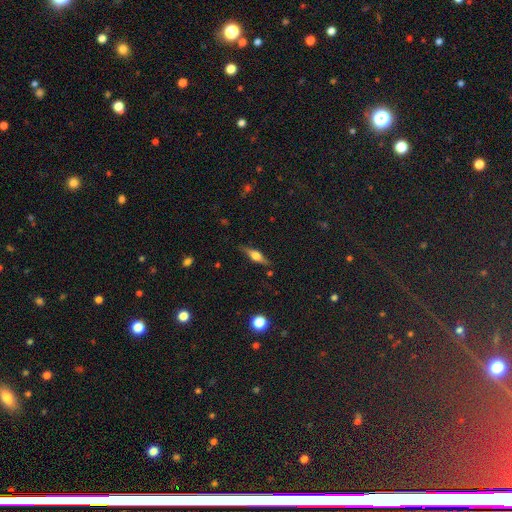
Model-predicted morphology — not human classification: Smooth or featured? Predicted: featured or disk (p=0.66). Edge-on disk? Predicted: yes (p=0.95). Edge-on bulge? Predicted: rounded (p=0.88). Merging? Predicted: none (p=0.82).